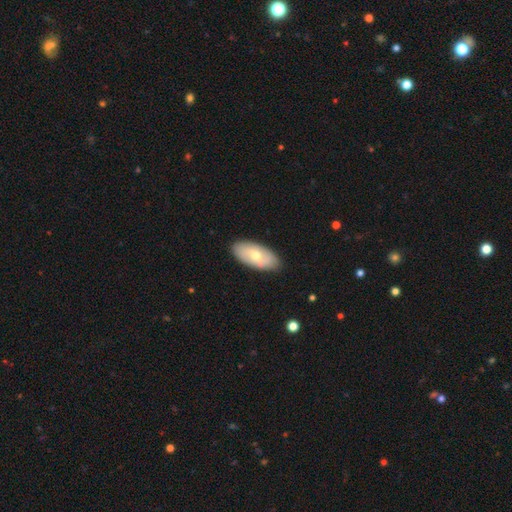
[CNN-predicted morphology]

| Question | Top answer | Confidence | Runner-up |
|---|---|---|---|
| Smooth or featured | smooth | 59% | featured or disk (35%) |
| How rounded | in between | 92% | cigar-shaped (6%) |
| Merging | none | 86% | minor disturbance (11%) |